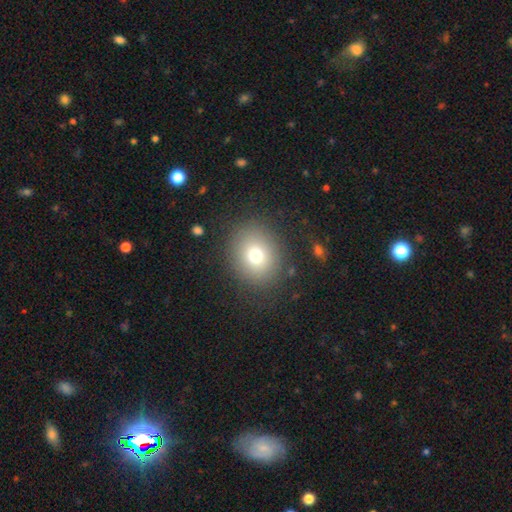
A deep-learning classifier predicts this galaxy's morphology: A smooth galaxy with no disk features (72%) that is round (71%). Merging: none (84%).